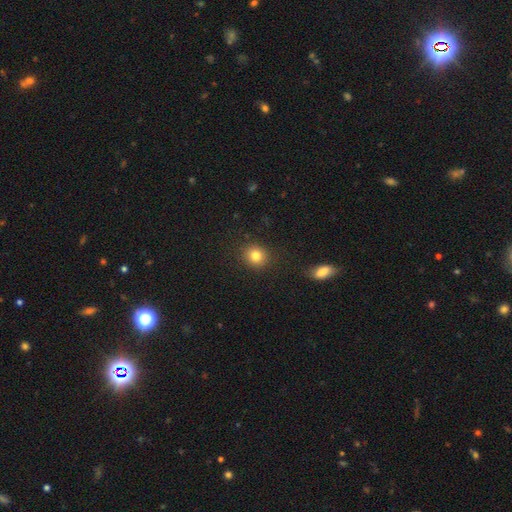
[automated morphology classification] smooth_or_featured: smooth (p=0.82) [alt: star or artifact p=0.11]
how_rounded: round (p=0.82) [alt: in between p=0.17]
merging: none (p=0.89) [alt: minor disturbance p=0.07]